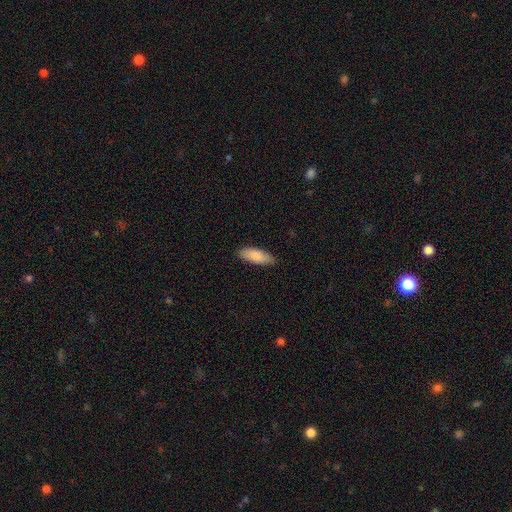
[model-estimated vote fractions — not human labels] Smooth or featured: smooth — 87% (featured or disk — 8%)
How rounded: in between — 73% (cigar-shaped — 26%)
Merging: none — 87% (minor disturbance — 10%)